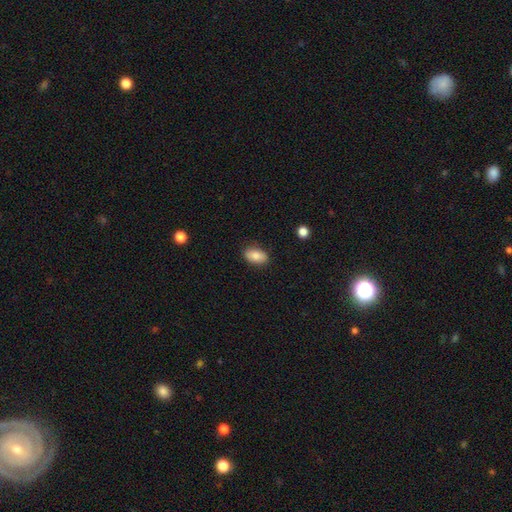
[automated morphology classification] This is clearly a smooth galaxy (83%). How rounded: clearly in between (91%). Merging: clearly none (85%).